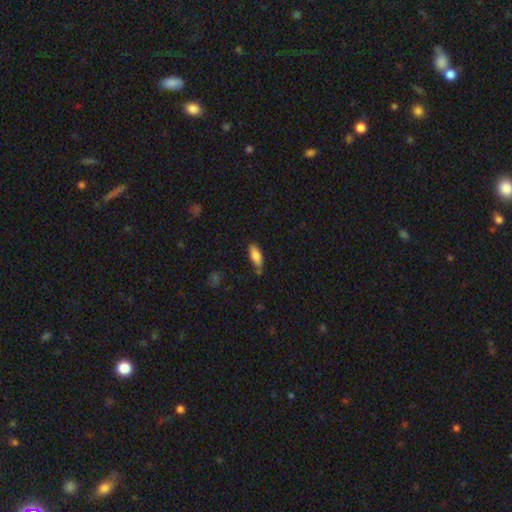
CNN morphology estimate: This appears to be a smooth galaxy with no disk features (81%) that is in between round and cigar-shaped (73%). Merging: none (70%).